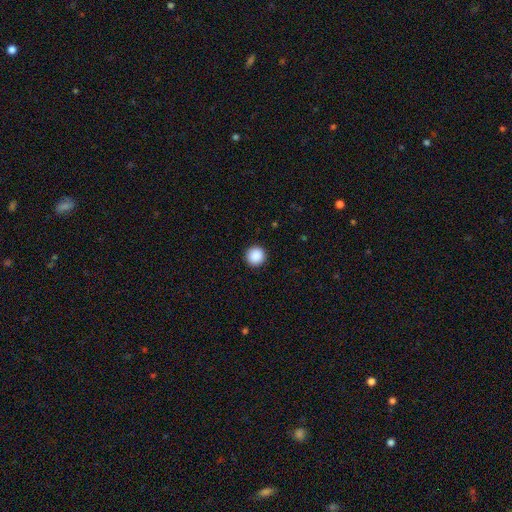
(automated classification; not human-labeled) Smooth or featured? smooth (89%)
How rounded? round (96%)
Merging? none (93%)